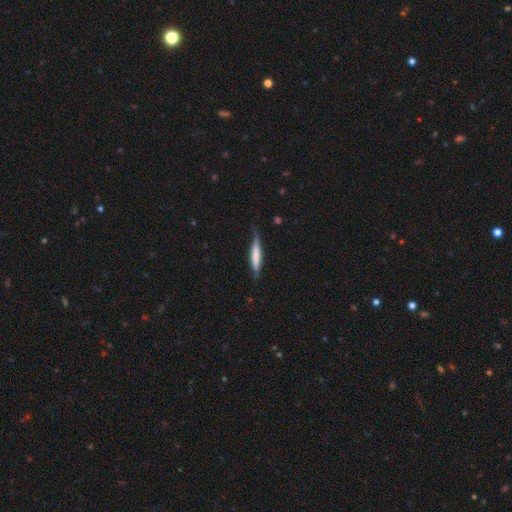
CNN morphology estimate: The model was most divided on "smooth or featured": smooth: 60%, featured or disk: 35%, star or artifact: 5%. More confident: how rounded — cigar-shaped (88%); merging — none (65%).